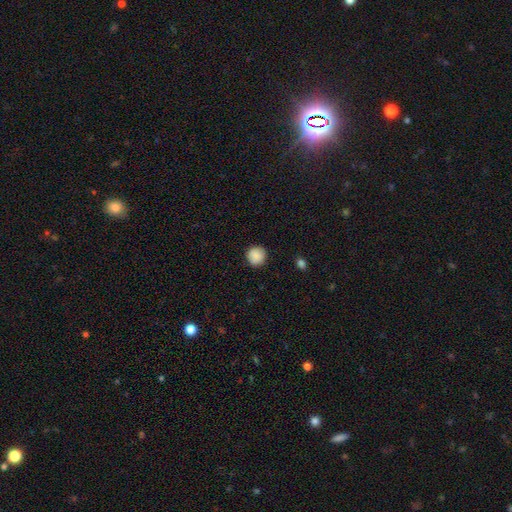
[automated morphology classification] A smooth galaxy with no disk features (88%) that is round (94%). Merging: none (89%).